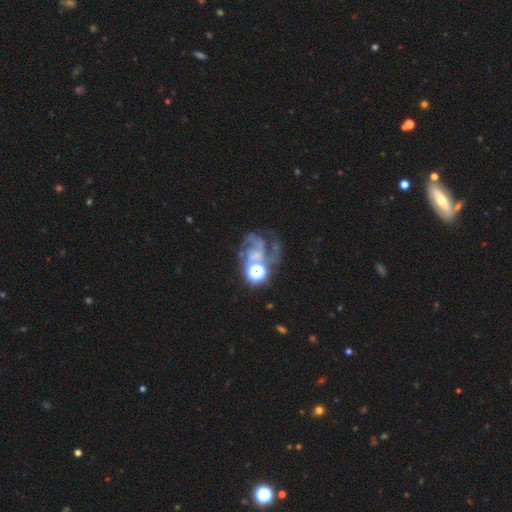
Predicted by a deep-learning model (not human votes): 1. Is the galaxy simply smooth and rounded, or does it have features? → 61% featured or disk, 21% star or artifact, 17% smooth.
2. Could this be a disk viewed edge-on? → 97% no, 3% yes.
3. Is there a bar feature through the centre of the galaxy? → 75% no, 18% weak, 7% strong.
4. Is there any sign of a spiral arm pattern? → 71% yes, 29% no.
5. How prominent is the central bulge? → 46% none, 19% small, 18% moderate, 12% large, 4% dominant.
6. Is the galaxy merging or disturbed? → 37% major disturbance, 35% none, 16% minor disturbance, 12% merger.